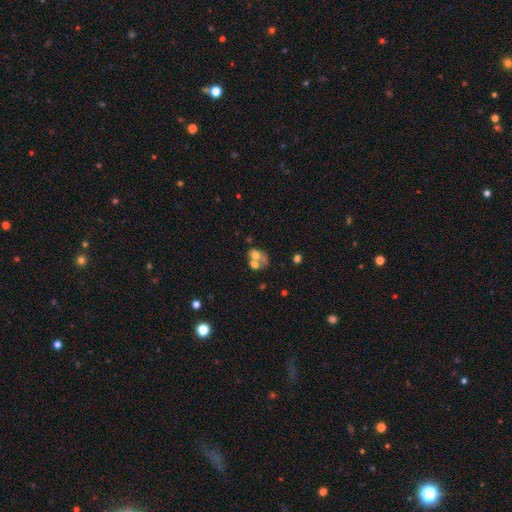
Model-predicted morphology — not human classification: This appears to be a smooth galaxy with no disk features (54%) that is in between round and cigar-shaped (54%). Merging: merger (60%).